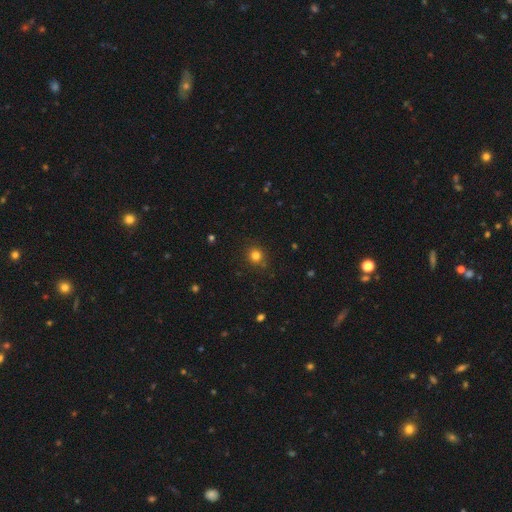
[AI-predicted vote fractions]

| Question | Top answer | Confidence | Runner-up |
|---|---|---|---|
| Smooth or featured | smooth | 80% | star or artifact (15%) |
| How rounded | round | 90% | in between (9%) |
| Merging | none | 88% | minor disturbance (8%) |